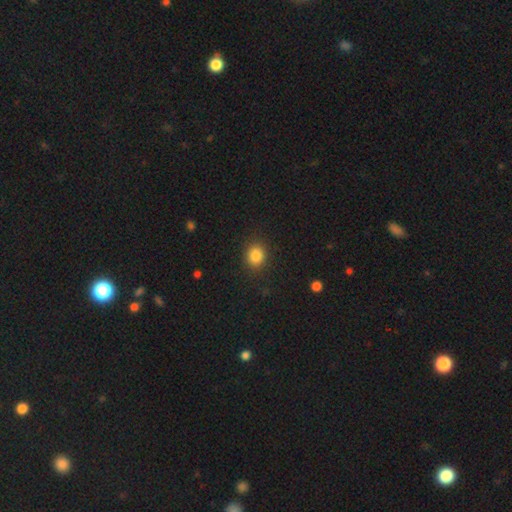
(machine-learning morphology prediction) smooth-or-featured: smooth: 85% | star or artifact: 10% | featured or disk: 5%
  how-rounded: round: 72% | in between: 27% | cigar-shaped: 1%
  merging: none: 87% | minor disturbance: 9% | major disturbance: 3% | merger: 1%